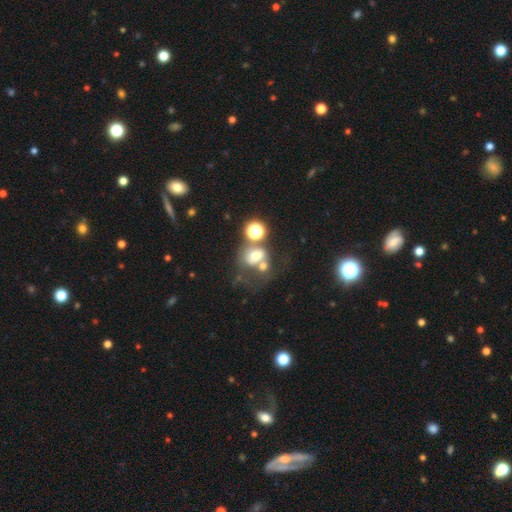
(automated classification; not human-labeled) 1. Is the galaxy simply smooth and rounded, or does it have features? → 51% smooth, 29% featured or disk, 20% star or artifact.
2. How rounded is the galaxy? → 55% round, 44% in between, 1% cigar-shaped.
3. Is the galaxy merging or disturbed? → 45% merger, 24% none, 19% major disturbance, 11% minor disturbance.